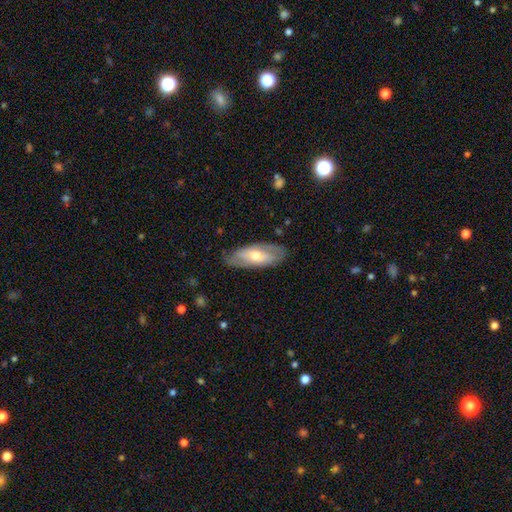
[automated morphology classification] Overall: featured or disk (54%; smooth 40%). Edge-on disk: no (78%). Merging: none (79%).